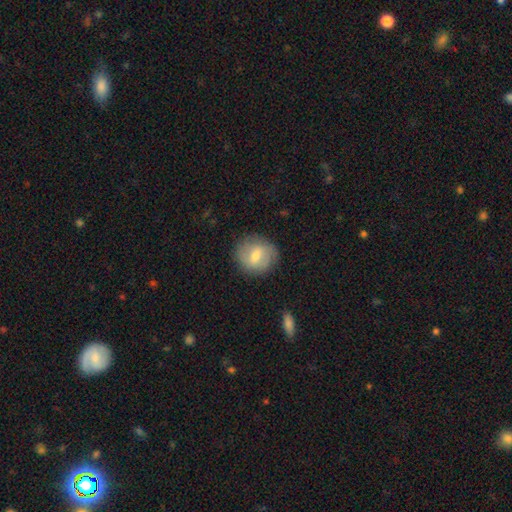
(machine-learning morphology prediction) This is likely a smooth galaxy (61%). How rounded: clearly round (82%). Merging: clearly none (84%).